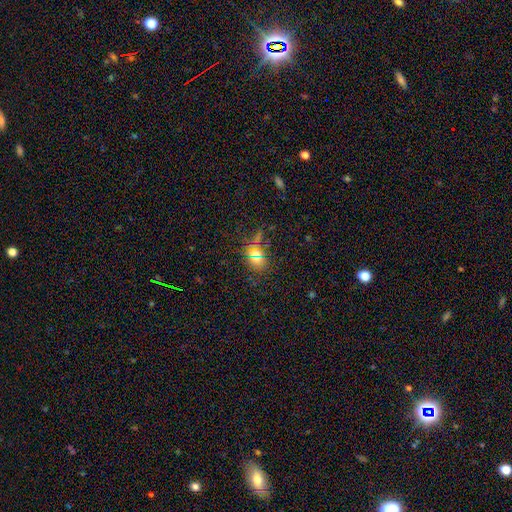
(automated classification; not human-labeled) The model was most divided on "smooth or featured": smooth: 48%, star or artifact: 41%, featured or disk: 10%. More confident: merging — none (78%).